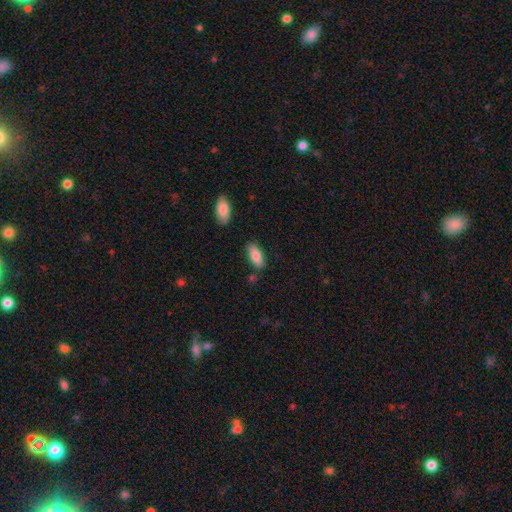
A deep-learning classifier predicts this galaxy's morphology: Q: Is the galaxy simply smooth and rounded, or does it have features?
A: smooth — 83%.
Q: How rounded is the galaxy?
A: in between — 79%.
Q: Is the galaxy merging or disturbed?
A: none — 80%.